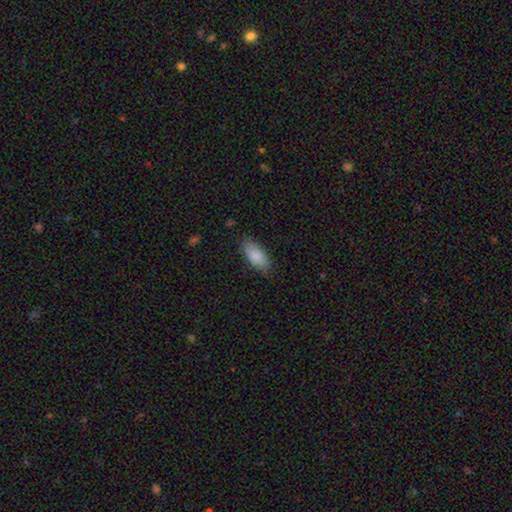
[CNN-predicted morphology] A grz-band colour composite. It shows a smooth galaxy with no disk features (88%) that is in between round and cigar-shaped (89%). Merging: none (81%).